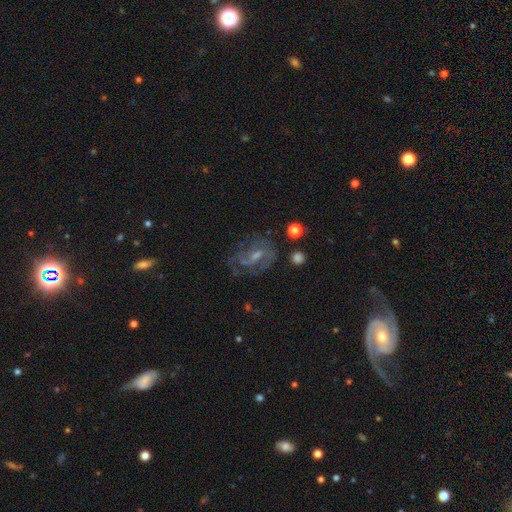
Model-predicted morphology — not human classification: featured or disk 71%, smooth 17%, star or artifact 11%. Down the decision tree: edge-on disk — no (96%); bar — weak (52%); spiral arms — yes (80%); spiral arm count — 2 (46%); spiral winding — medium (46%); bulge size — small (52%); merging — none (52%).